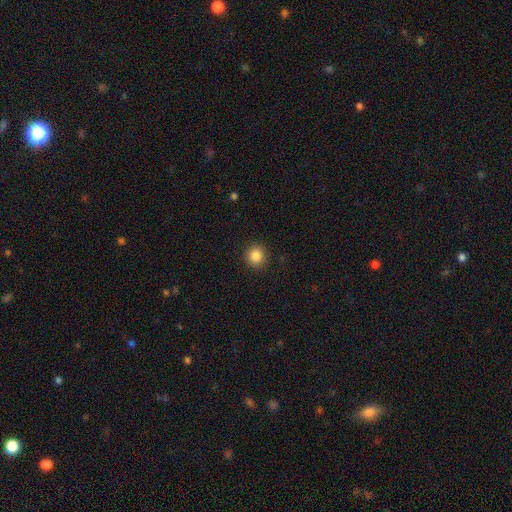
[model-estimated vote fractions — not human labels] Morphology: type=smooth (86%); roundness=round (93%); merging=none (92%).